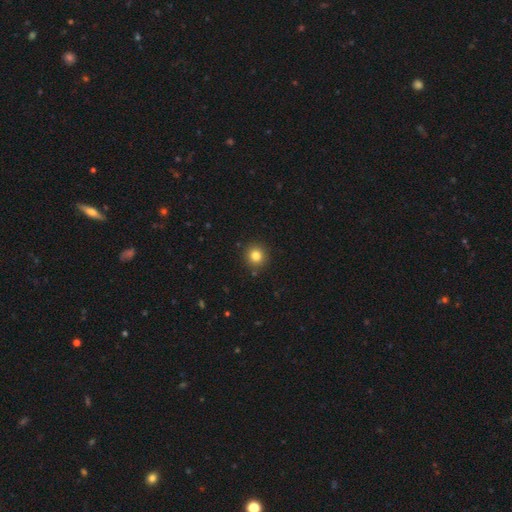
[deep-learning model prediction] Smooth or featured: smooth — 82% (star or artifact — 12%)
How rounded: round — 92% (in between — 7%)
Merging: none — 90% (minor disturbance — 6%)